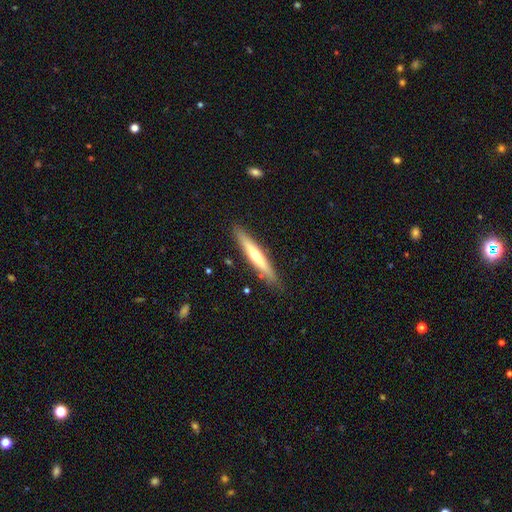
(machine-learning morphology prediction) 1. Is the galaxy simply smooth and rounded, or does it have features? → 51% featured or disk, 44% smooth, 6% star or artifact.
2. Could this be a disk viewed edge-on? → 94% yes, 6% no.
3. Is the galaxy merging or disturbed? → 88% none, 9% minor disturbance, 2% major disturbance, 1% merger.